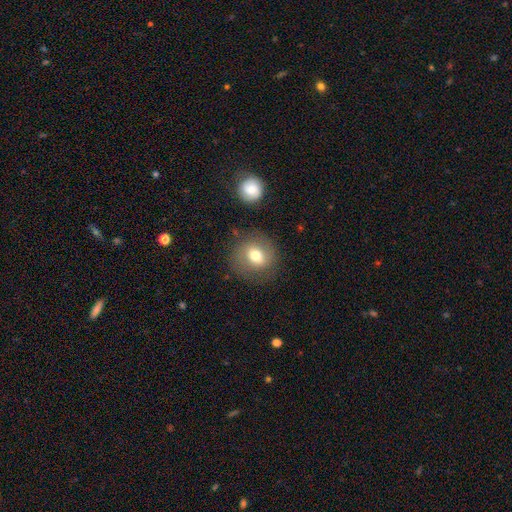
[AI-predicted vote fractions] Morphology: type=smooth (68%); roundness=round (78%); merging=none (78%).